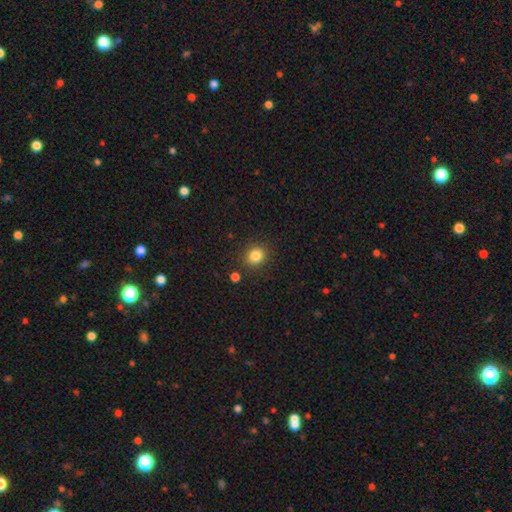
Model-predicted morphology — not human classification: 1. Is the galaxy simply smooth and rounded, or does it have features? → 83% smooth, 12% star or artifact, 5% featured or disk.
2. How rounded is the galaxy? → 80% round, 19% in between, 1% cigar-shaped.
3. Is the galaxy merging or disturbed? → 86% none, 8% minor disturbance, 3% merger, 3% major disturbance.